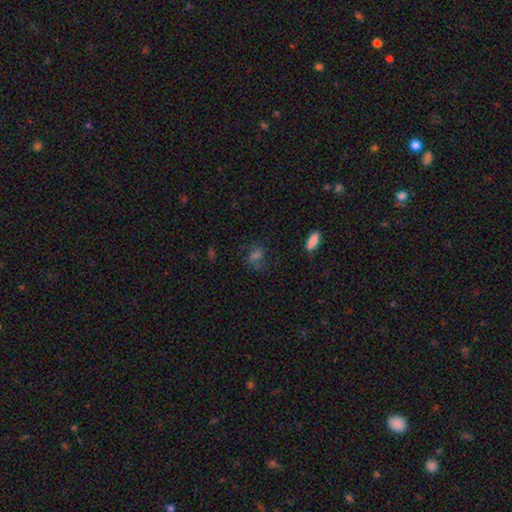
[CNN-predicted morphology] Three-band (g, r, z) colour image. It shows a smooth galaxy with no disk features (52%) that is in between round and cigar-shaped (57%). Merging: none (64%).